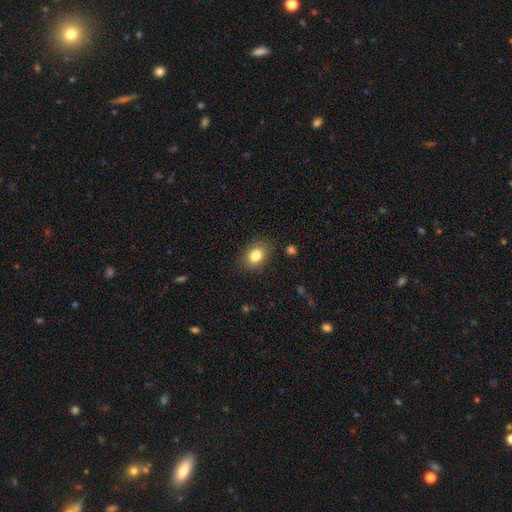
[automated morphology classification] smooth 83%, star or artifact 9%, featured or disk 8%. Down the decision tree: how rounded — in between (65%); merging — none (83%).